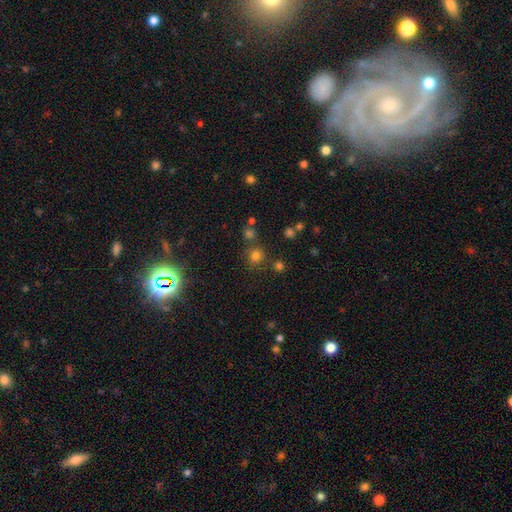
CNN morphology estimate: Smooth or featured? Predicted: smooth (p=0.74). How rounded? Predicted: round (p=0.90). Merging? Predicted: none (p=0.76).